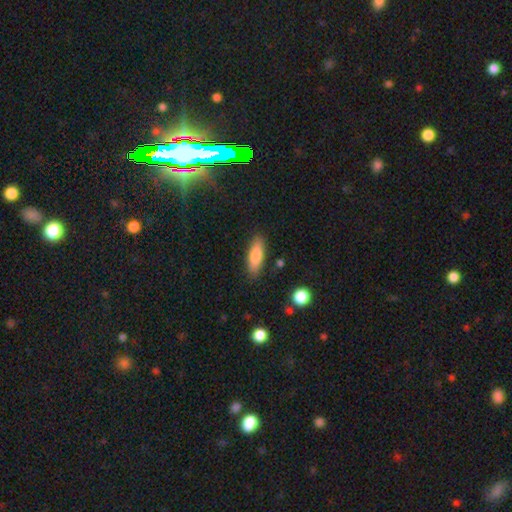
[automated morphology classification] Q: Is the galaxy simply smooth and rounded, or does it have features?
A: smooth — 78%.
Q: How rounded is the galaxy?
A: in between — 61%.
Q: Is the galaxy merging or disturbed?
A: none — 85%.